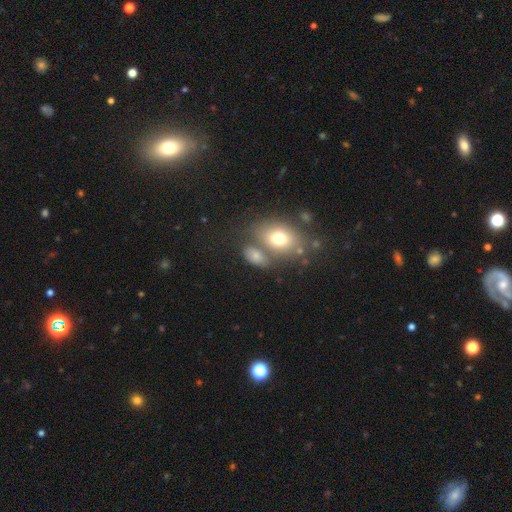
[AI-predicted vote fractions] Smooth or featured?
  - smooth: 70% *
  - featured or disk: 18%
  - star or artifact: 11%
How rounded?
  - in between: 80% *
  - round: 18%
  - cigar-shaped: 3%
Merging?
  - none: 47% *
  - merger: 31%
  - minor disturbance: 14%
  - major disturbance: 7%